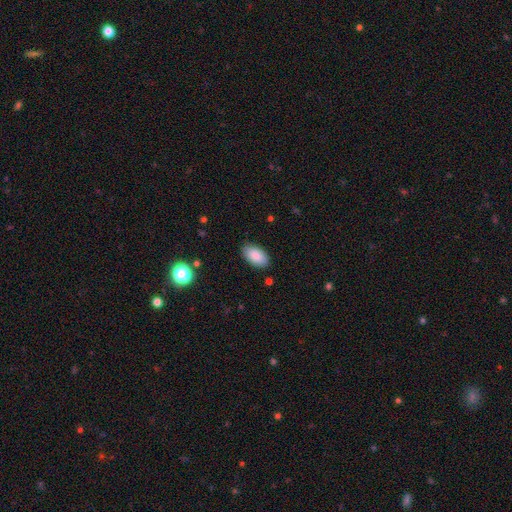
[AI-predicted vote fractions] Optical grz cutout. It shows a smooth galaxy with no disk features (86%) that is in between round and cigar-shaped (95%). Merging: none (86%).